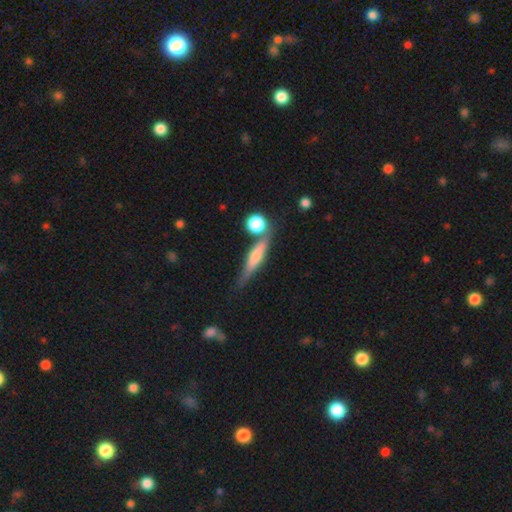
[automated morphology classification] smooth-or-featured: featured or disk: 52% | smooth: 40% | star or artifact: 8%
  disk-edge-on: yes: 94% | no: 6%
  merging: none: 69% | minor disturbance: 15% | merger: 11% | major disturbance: 5%